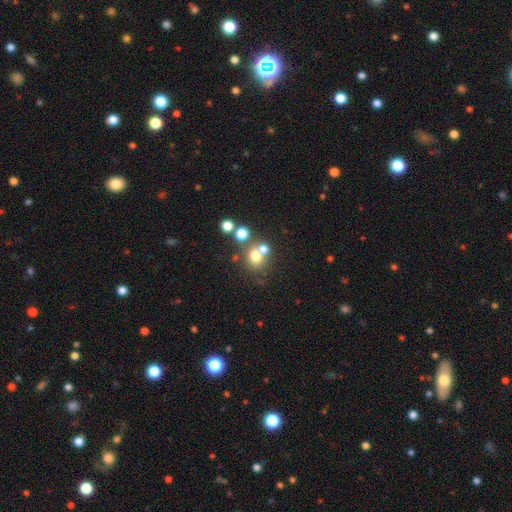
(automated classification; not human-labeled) The model was most divided on "merging": none: 50%, merger: 37%, minor disturbance: 8%, major disturbance: 5%. More confident: how rounded — round (76%); smooth or featured — smooth (67%).